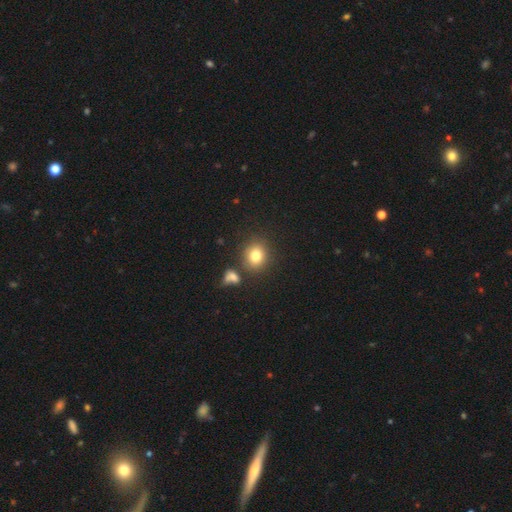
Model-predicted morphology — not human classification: This appears to be a smooth galaxy with no disk features (80%) that is round (73%). Merging: none (78%).